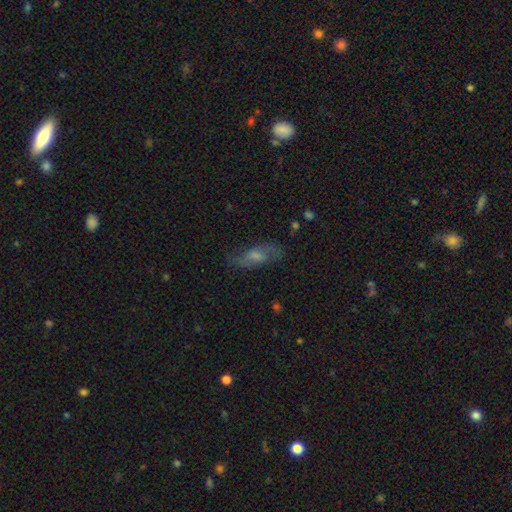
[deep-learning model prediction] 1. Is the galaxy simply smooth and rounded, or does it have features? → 47% featured or disk, 43% smooth, 10% star or artifact.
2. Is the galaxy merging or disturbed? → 70% none, 18% minor disturbance, 10% major disturbance, 2% merger.